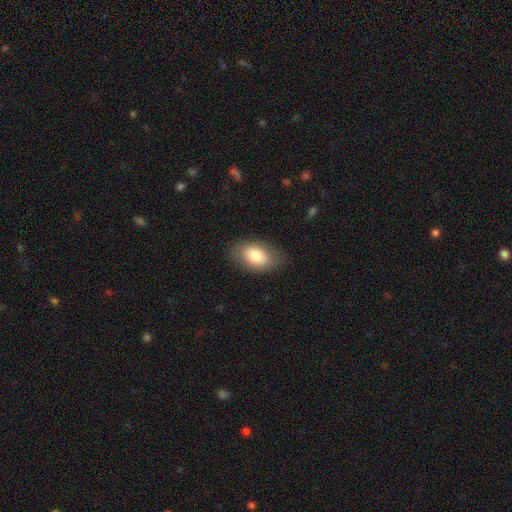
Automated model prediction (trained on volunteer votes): smooth 80%, featured or disk 13%, star or artifact 7%. Down the decision tree: how rounded — in between (91%); merging — none (81%).